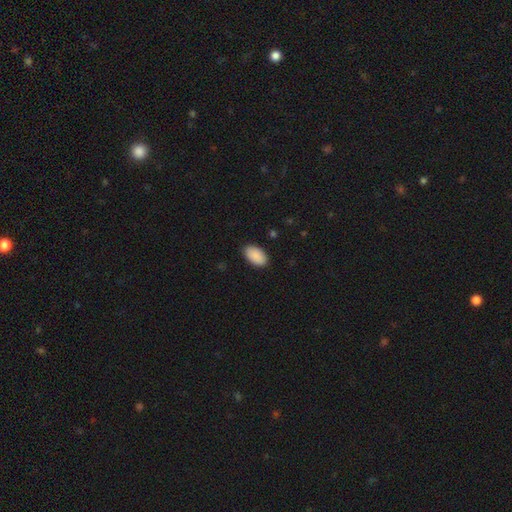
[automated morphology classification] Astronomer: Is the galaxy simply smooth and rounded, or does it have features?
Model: smooth — 90%.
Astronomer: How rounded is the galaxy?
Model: in between — 95%.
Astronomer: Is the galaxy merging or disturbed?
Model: none — 88%.